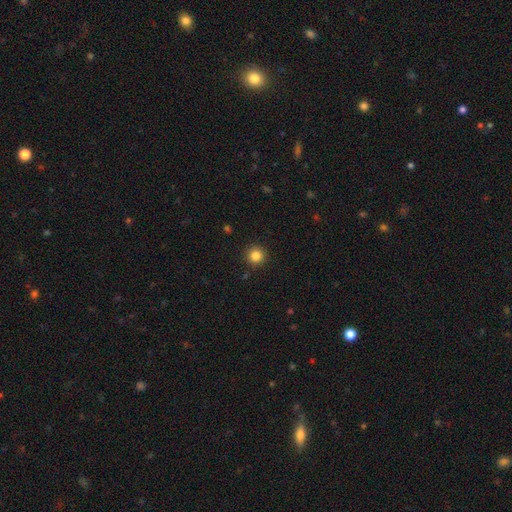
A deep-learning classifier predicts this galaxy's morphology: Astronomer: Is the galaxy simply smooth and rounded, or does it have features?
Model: smooth — 84%.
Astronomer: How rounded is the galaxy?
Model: round — 95%.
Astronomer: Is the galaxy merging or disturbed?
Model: none — 92%.